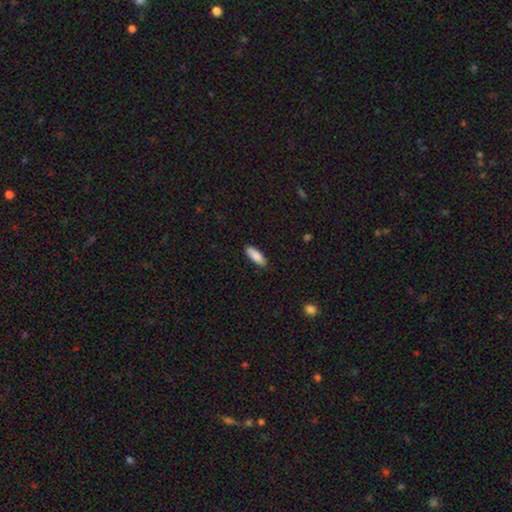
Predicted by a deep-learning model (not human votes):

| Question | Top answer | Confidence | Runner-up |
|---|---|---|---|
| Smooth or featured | smooth | 86% | featured or disk (8%) |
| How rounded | in between | 65% | cigar-shaped (33%) |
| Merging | none | 84% | minor disturbance (12%) |